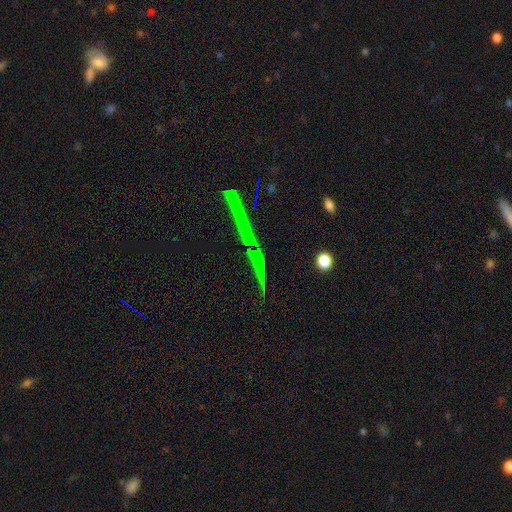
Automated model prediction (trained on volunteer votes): featured or disk 44%, star or artifact 33%, smooth 23%. Down the decision tree: merging — none (78%).